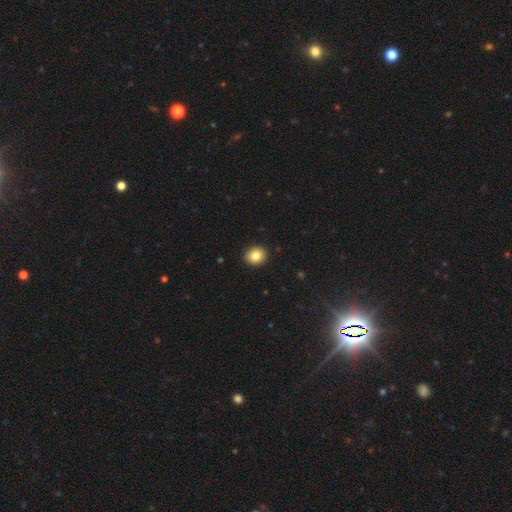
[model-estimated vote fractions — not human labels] Morphology: type=smooth (83%); roundness=round (72%); merging=none (92%).